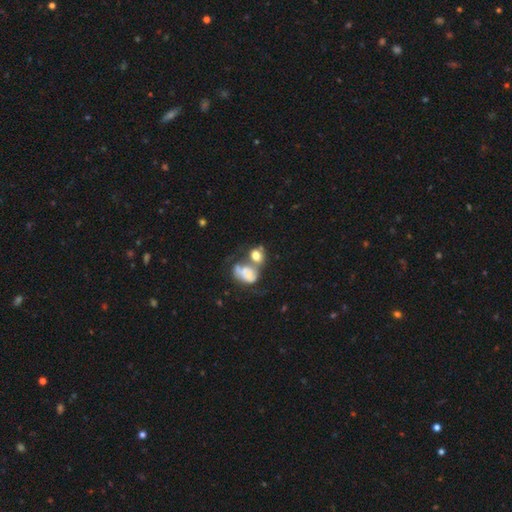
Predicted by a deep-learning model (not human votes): Overall: smooth (62%; featured or disk 27%). How rounded: round (52%; in between 47%). Merging: merger (52%; none 23%).